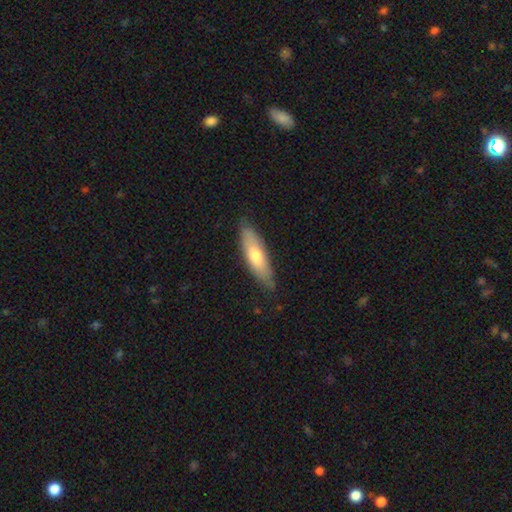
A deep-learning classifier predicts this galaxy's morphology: smooth-or-featured: smooth: 63% | featured or disk: 31% | star or artifact: 5%
  how-rounded: cigar-shaped: 55% | in between: 44% | round: 2%
  merging: none: 82% | minor disturbance: 15% | major disturbance: 2% | merger: 1%